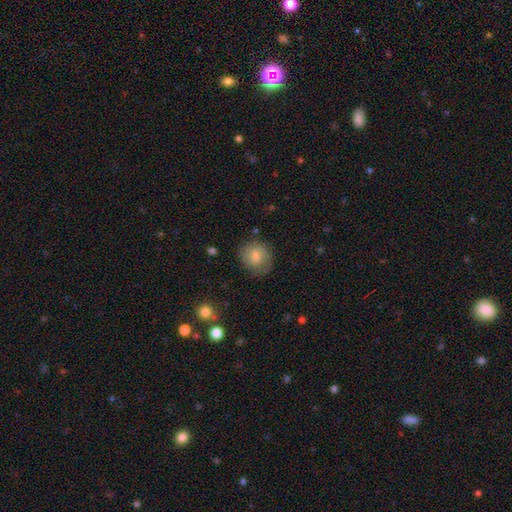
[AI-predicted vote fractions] This is likely a smooth galaxy (73%). How rounded: likely round (78%). Merging: likely none (71%).